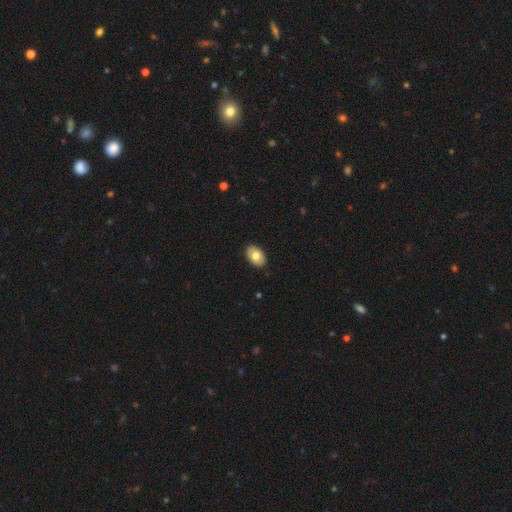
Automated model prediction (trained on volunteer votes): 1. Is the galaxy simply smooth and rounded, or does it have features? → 76% smooth, 18% featured or disk, 7% star or artifact.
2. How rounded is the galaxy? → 89% in between, 10% round, 1% cigar-shaped.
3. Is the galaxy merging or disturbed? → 90% none, 8% minor disturbance, 2% major disturbance, 1% merger.